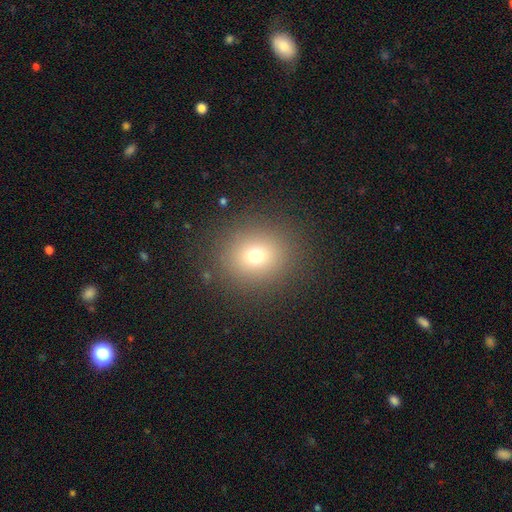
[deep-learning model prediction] This is likely a smooth galaxy (71%). How rounded: clearly round (83%). Merging: clearly none (88%).